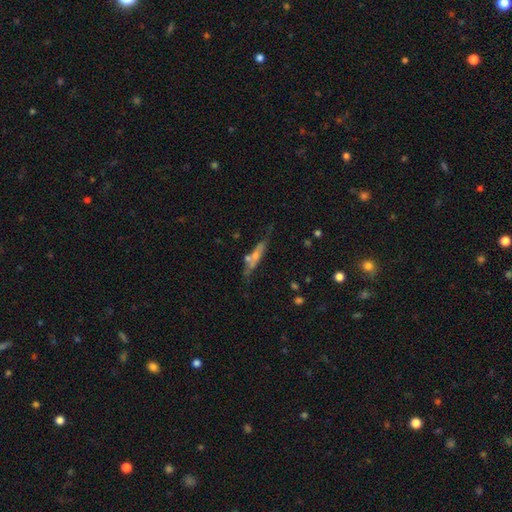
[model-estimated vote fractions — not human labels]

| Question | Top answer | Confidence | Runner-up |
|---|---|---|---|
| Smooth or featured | featured or disk | 48% | smooth (41%) |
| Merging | none | 56% | minor disturbance (21%) |